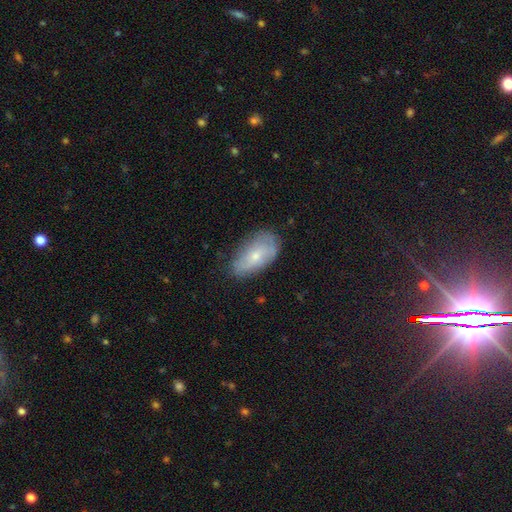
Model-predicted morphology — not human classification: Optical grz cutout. It shows a smooth galaxy with no disk features (57%) that is in between round and cigar-shaped (91%). Merging: none (69%).